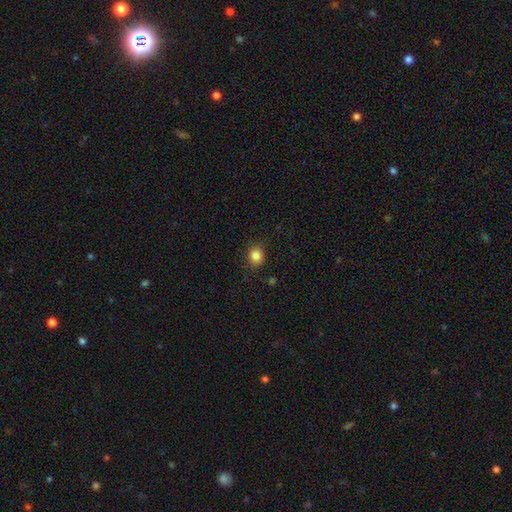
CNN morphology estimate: Smooth or featured? smooth (84%)
How rounded? round (78%)
Merging? none (86%)